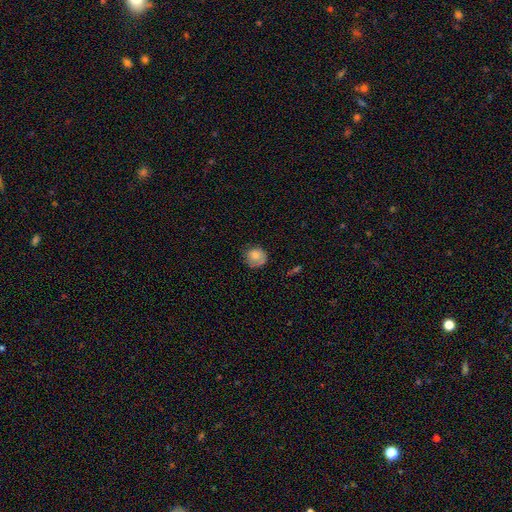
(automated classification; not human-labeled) Smooth or featured: smooth — 71% (featured or disk — 20%)
How rounded: round — 83% (in between — 16%)
Merging: none — 67% (minor disturbance — 23%)